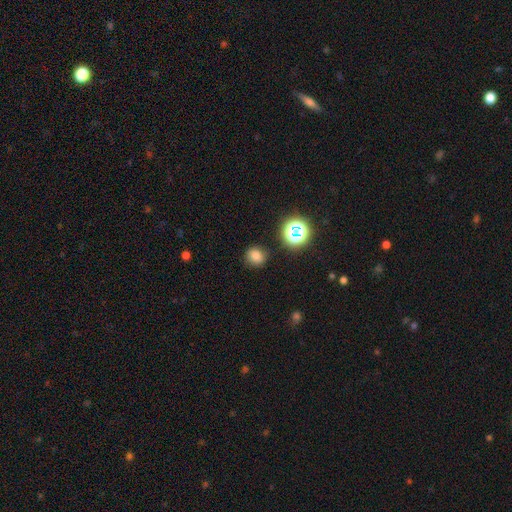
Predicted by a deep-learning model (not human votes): Morphology: type=smooth (75%); roundness=round (81%); merging=none (86%).